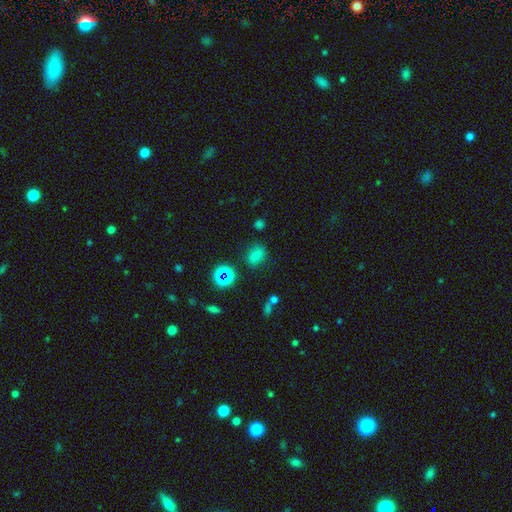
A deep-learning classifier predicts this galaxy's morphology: smooth-or-featured: smooth: 64% | star or artifact: 26% | featured or disk: 10%
  how-rounded: in between: 61% | round: 37% | cigar-shaped: 2%
  merging: none: 78% | minor disturbance: 13% | major disturbance: 5% | merger: 4%